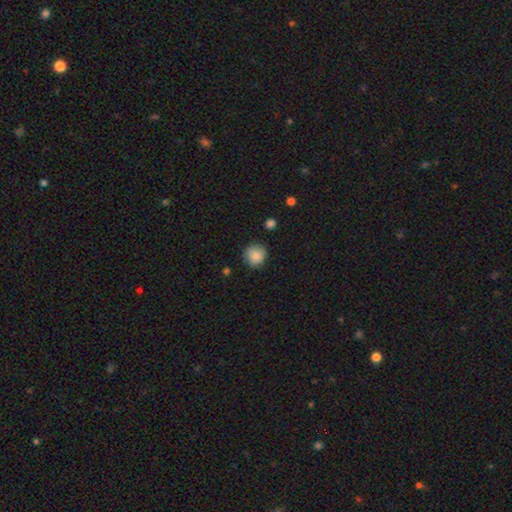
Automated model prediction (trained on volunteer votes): Q: Smooth or featured?
A: smooth (86%); runner-up: star or artifact (8%)
Q: How rounded?
A: round (91%); runner-up: in between (9%)
Q: Merging?
A: none (82%); runner-up: minor disturbance (14%)